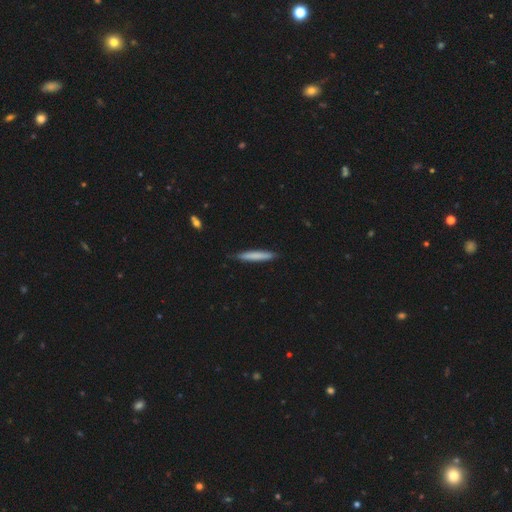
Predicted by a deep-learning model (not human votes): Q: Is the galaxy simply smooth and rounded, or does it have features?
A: smooth — 77%.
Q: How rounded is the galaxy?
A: cigar-shaped — 95%.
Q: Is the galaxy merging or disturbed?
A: none — 87%.